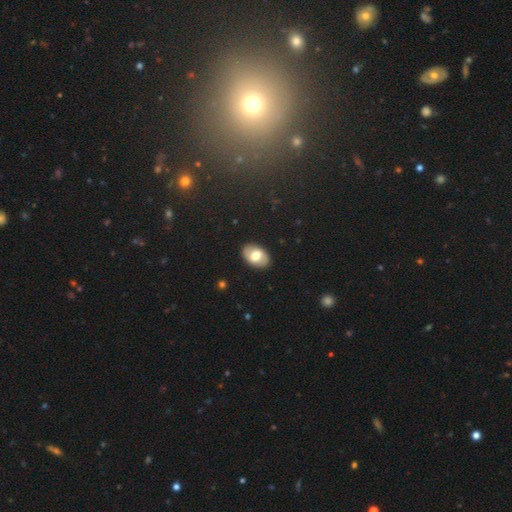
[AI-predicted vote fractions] This is possibly a smooth galaxy (60%). How rounded: clearly in between (88%). Merging: clearly none (88%).